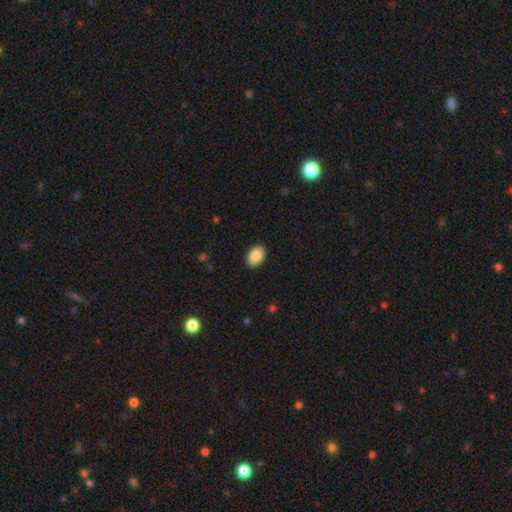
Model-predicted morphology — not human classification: smooth_or_featured: smooth (p=0.87) [alt: star or artifact p=0.07]
how_rounded: in between (p=0.87) [alt: round p=0.12]
merging: none (p=0.90) [alt: minor disturbance p=0.07]